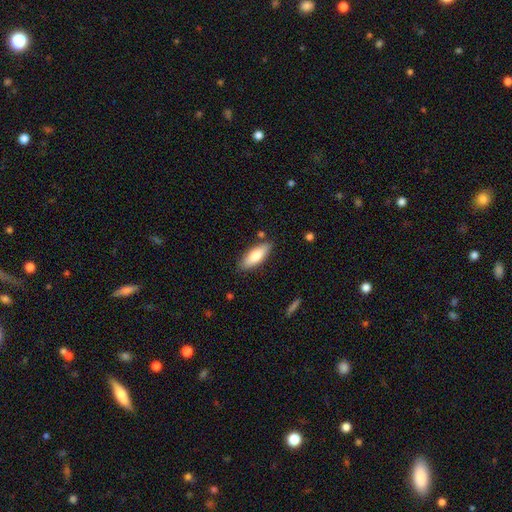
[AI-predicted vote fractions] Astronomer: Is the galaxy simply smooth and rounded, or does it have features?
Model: smooth — 75%.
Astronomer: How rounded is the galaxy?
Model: in between — 66%.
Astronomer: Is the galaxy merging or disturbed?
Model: none — 84%.